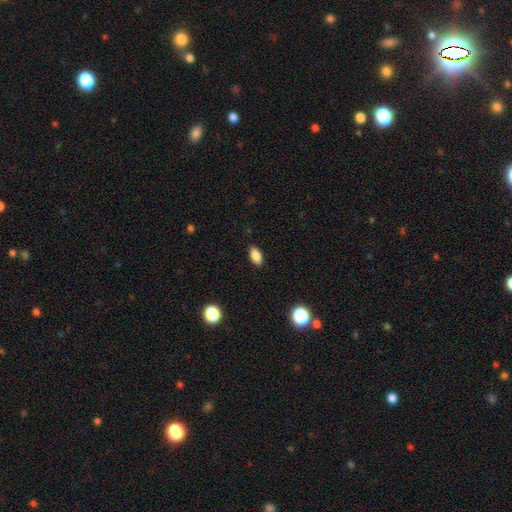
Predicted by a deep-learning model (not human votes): Smooth or featured?
  - smooth: 86% *
  - star or artifact: 8%
  - featured or disk: 5%
How rounded?
  - in between: 90% *
  - cigar-shaped: 5%
  - round: 5%
Merging?
  - none: 88% *
  - minor disturbance: 9%
  - major disturbance: 2%
  - merger: 1%